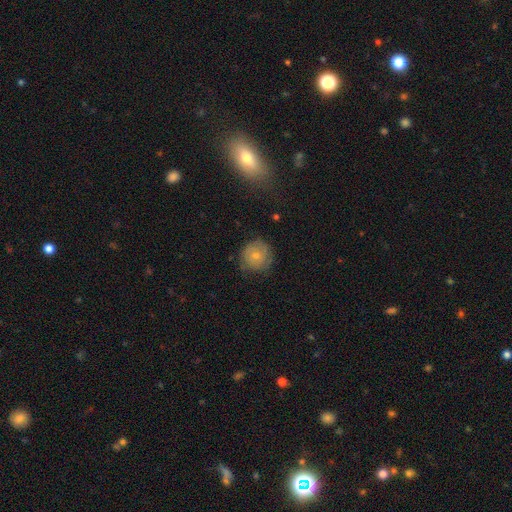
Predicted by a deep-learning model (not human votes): Smooth or featured: smooth — 65% (featured or disk — 27%)
How rounded: round — 91% (in between — 8%)
Merging: none — 74% (minor disturbance — 20%)